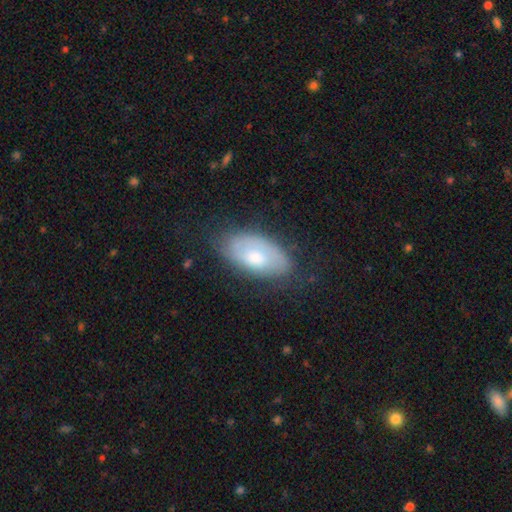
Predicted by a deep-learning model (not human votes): smooth_or_featured: smooth (p=0.53) [alt: featured or disk p=0.40]
how_rounded: in between (p=0.94) [alt: round p=0.03]
merging: none (p=0.68) [alt: minor disturbance p=0.23]